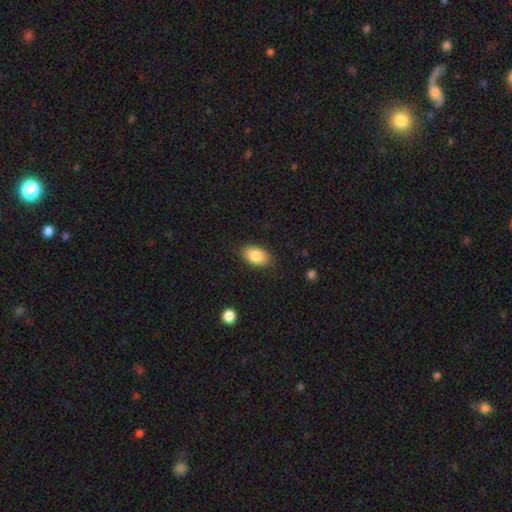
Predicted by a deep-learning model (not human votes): Smooth or featured? Predicted: smooth (p=0.85). How rounded? Predicted: in between (p=0.91). Merging? Predicted: none (p=0.84).